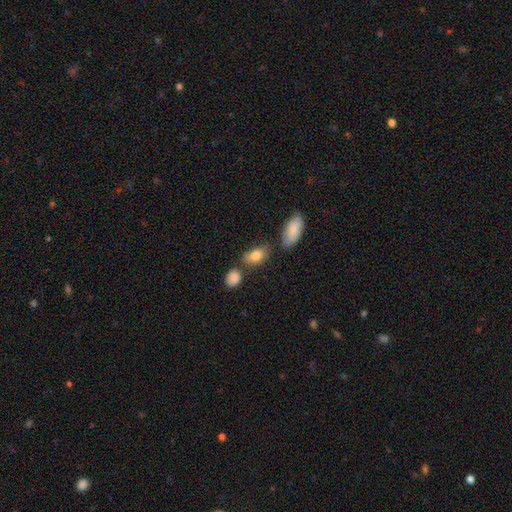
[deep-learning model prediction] Smooth or featured?
  - smooth: 81% *
  - featured or disk: 11%
  - star or artifact: 8%
How rounded?
  - in between: 87% *
  - round: 8%
  - cigar-shaped: 5%
Merging?
  - none: 63% *
  - minor disturbance: 18%
  - merger: 14%
  - major disturbance: 5%